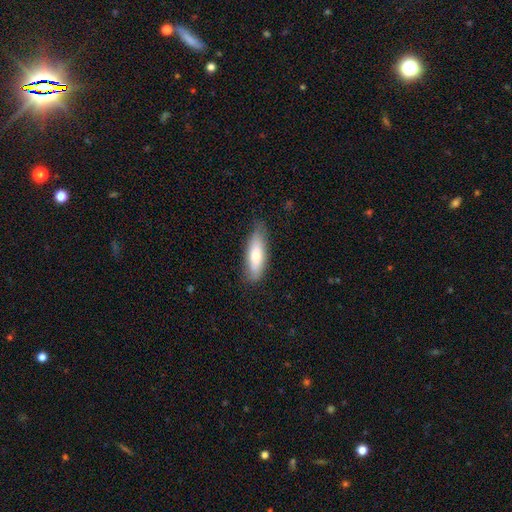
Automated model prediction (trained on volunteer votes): Smooth or featured? Predicted: smooth (p=0.72). How rounded? Predicted: in between (p=0.50). Merging? Predicted: none (p=0.76).